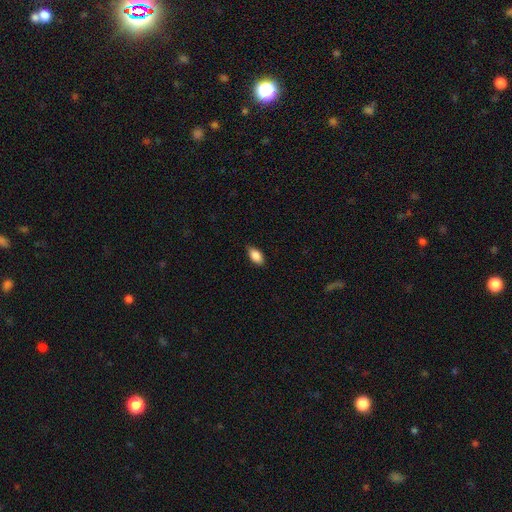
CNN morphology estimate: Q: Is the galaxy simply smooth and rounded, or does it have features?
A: smooth — 87%.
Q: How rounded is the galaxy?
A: in between — 92%.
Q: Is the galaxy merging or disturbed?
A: none — 84%.